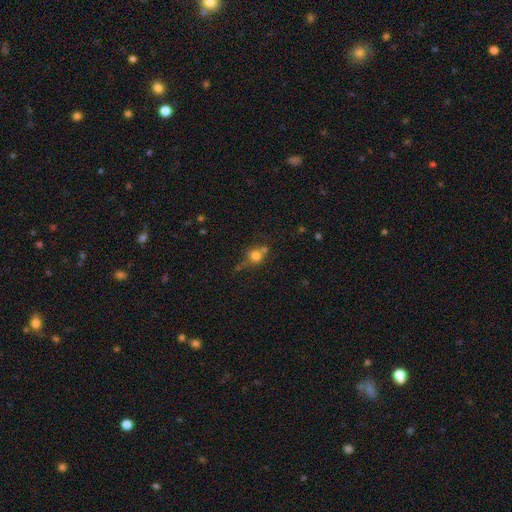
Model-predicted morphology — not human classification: Smooth or featured? smooth (74%)
How rounded? round (81%)
Merging? none (51%)